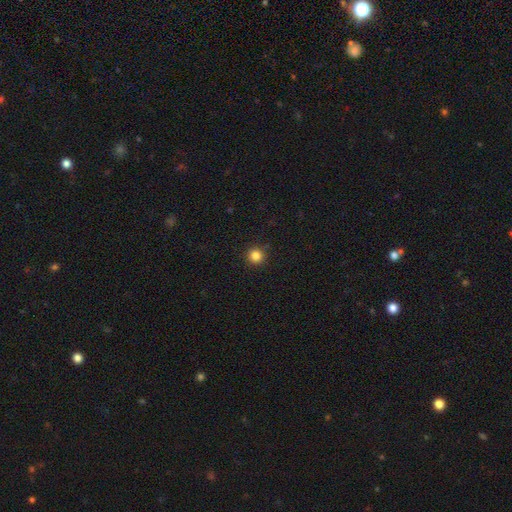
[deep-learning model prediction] Smooth or featured? smooth (84%)
How rounded? round (95%)
Merging? none (91%)